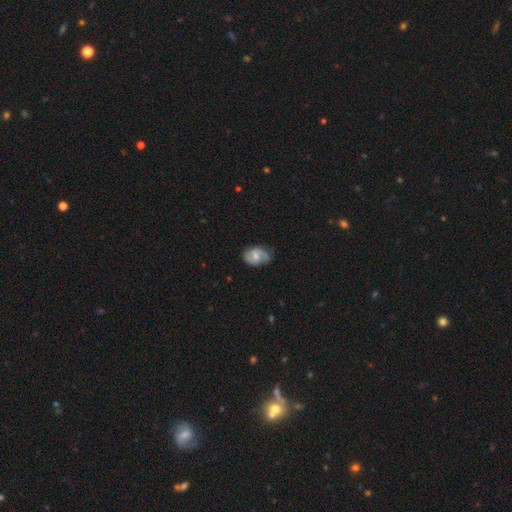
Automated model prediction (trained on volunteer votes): This appears to be a featured or disk galaxy (62%) with a weak bar (46%), 2 (74%) medium (46%) spiral arms (89%) and a moderate central bulge (49%). Merging: none (68%).